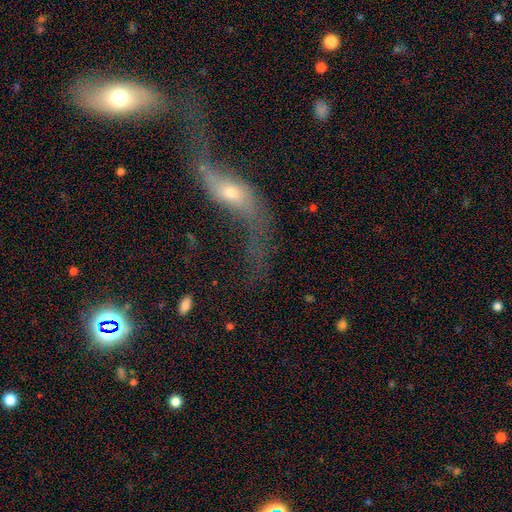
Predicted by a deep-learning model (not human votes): Smooth or featured? Predicted: featured or disk (p=0.75). Edge-on disk? Predicted: no (p=0.83). Bar? Predicted: no (p=0.55). Spiral arms? Predicted: yes (p=0.84). Spiral winding? Predicted: loose (p=0.93). Spiral arm count? Predicted: 2 (p=0.89). Bulge size? Predicted: small (p=0.46). Merging? Predicted: none (p=0.35).